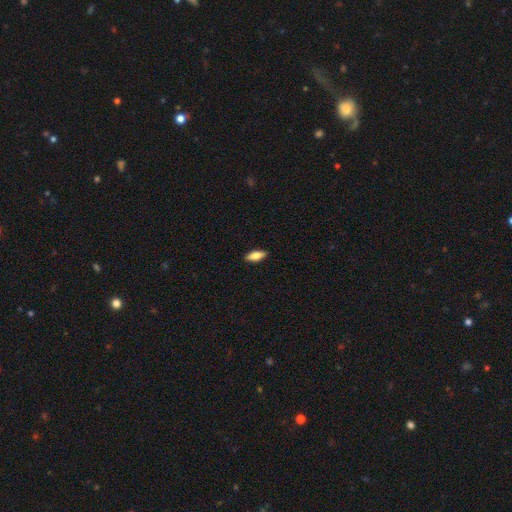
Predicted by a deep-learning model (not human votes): This appears to be a smooth galaxy with no disk features (78%) that is in between round and cigar-shaped (77%). Merging: none (90%).